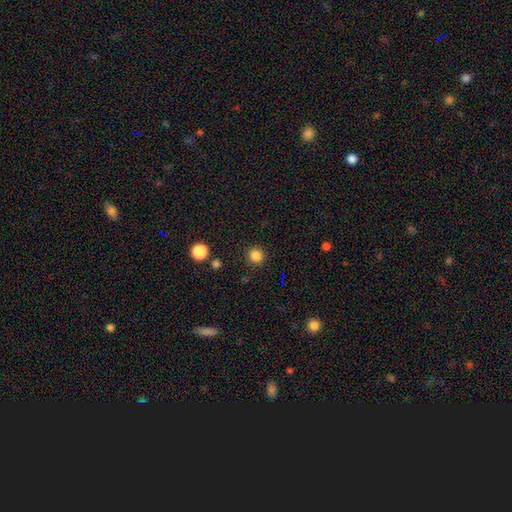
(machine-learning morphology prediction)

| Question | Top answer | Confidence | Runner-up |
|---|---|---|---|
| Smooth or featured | smooth | 84% | star or artifact (13%) |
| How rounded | round | 94% | in between (5%) |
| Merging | none | 90% | minor disturbance (6%) |